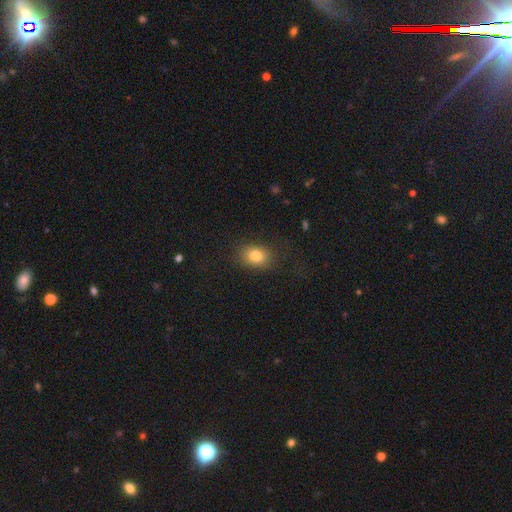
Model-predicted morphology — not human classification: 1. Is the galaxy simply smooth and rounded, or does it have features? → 81% smooth, 11% star or artifact, 9% featured or disk.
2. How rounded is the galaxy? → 58% in between, 41% round, 1% cigar-shaped.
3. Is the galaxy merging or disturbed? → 81% none, 12% minor disturbance, 6% major disturbance, 1% merger.